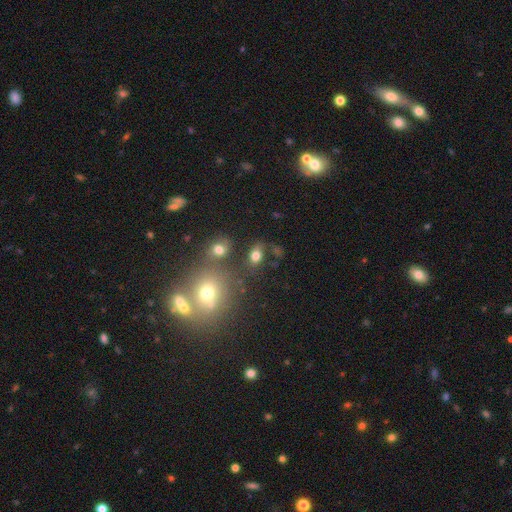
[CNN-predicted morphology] smooth-or-featured: smooth: 75% | star or artifact: 15% | featured or disk: 10%
  how-rounded: in between: 73% | round: 24% | cigar-shaped: 3%
  merging: none: 64% | minor disturbance: 16% | merger: 12% | major disturbance: 8%